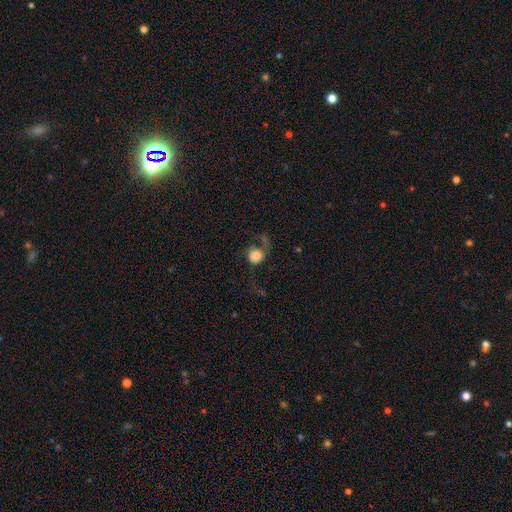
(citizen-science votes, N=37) Smooth or featured?
  - smooth: 65% *
  - featured or disk: 30%
  - star or artifact: 5%
How rounded?
  - round: 92% *
  - in between: 8%
  - cigar-shaped: 0%
Merging?
  - major disturbance: 43% *
  - none: 37%
  - minor disturbance: 20%
  - merger: 0%